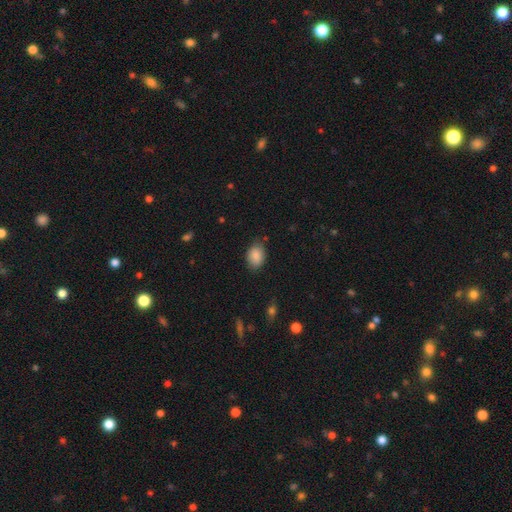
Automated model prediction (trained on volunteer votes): This appears to be a smooth galaxy with no disk features (87%) that is in between round and cigar-shaped (78%). Merging: none (79%).